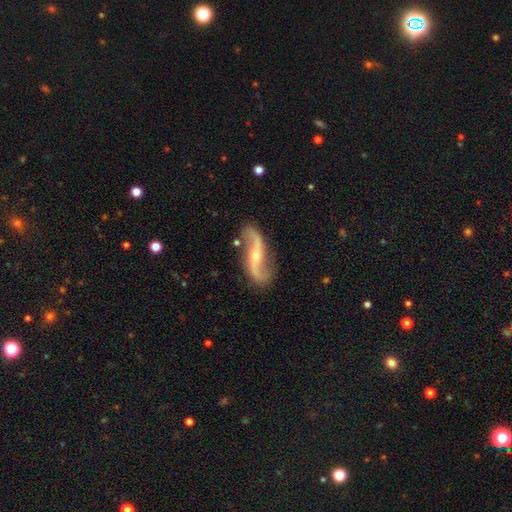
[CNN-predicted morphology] Smooth or featured? Predicted: featured or disk (p=0.91). Edge-on disk? Predicted: no (p=0.93). Bar? Predicted: no (p=0.45). Spiral arms? Predicted: yes (p=0.97). Spiral winding? Predicted: loose (p=0.83). Spiral arm count? Predicted: 2 (p=0.94). Bulge size? Predicted: small (p=0.58). Merging? Predicted: none (p=0.82).